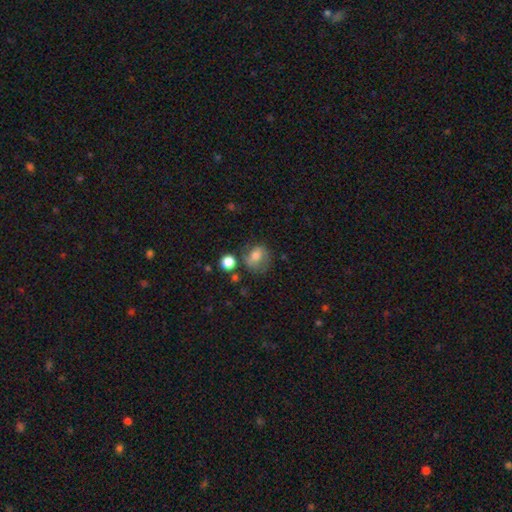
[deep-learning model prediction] Overall: smooth (63%; featured or disk 26%). How rounded: round (64%; in between 35%). Merging: none (60%; minor disturbance 23%).